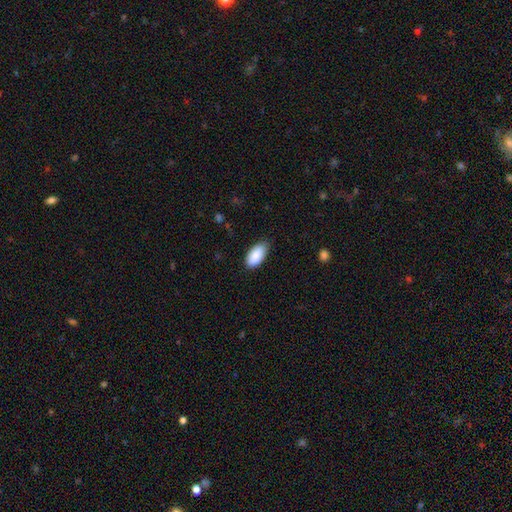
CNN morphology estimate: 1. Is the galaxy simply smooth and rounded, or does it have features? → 89% smooth, 6% star or artifact, 5% featured or disk.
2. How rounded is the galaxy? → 95% in between, 3% cigar-shaped, 2% round.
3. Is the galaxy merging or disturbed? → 78% none, 18% minor disturbance, 3% major disturbance, 1% merger.